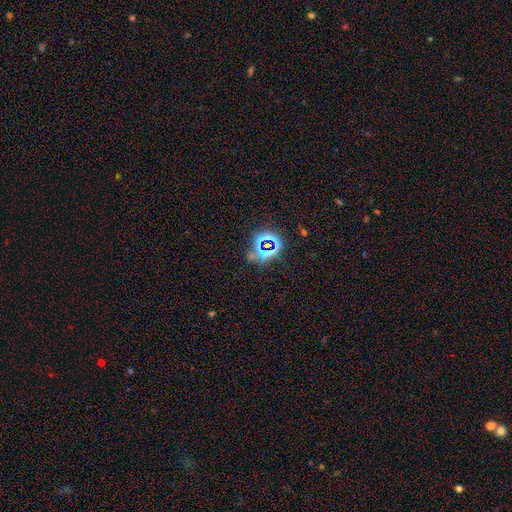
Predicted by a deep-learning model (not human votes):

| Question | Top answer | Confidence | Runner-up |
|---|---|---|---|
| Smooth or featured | star or artifact | 74% | smooth (15%) |